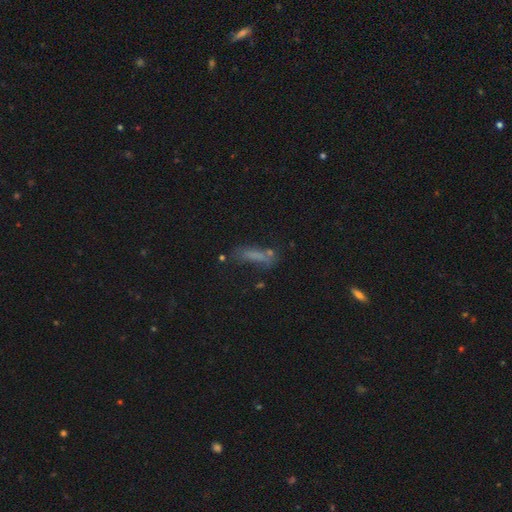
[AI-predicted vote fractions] Morphology: type=smooth (62%); roundness=cigar-shaped (70%); merging=none (53%).